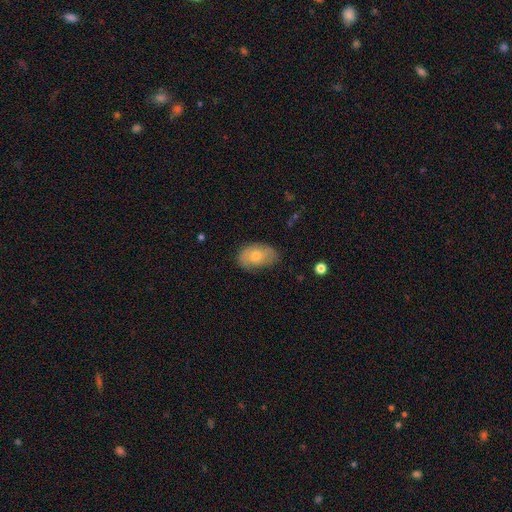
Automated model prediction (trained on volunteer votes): Morphology: type=smooth (59%); roundness=in between (88%); merging=none (72%).